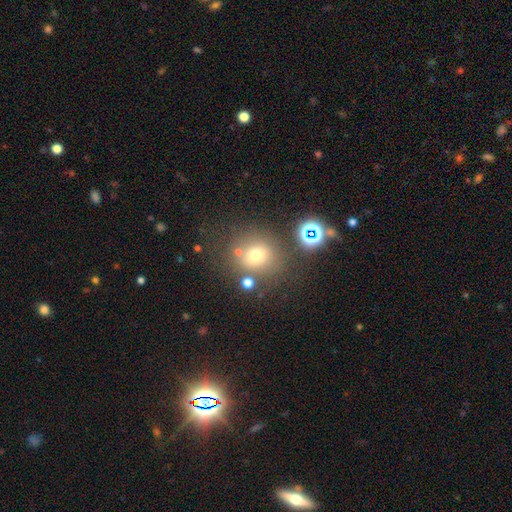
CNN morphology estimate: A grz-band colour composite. It shows a smooth galaxy with no disk features (66%) that is round (85%). Merging: none (71%).